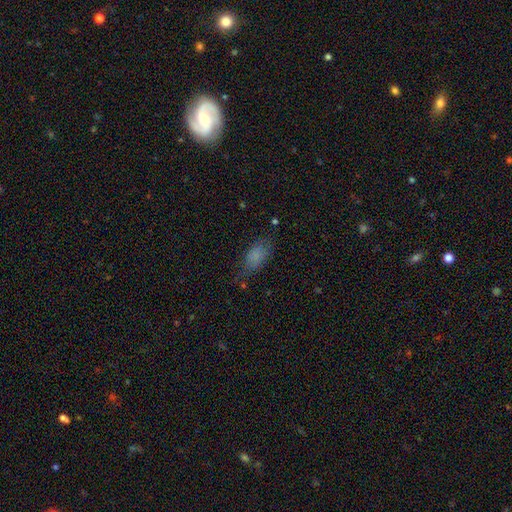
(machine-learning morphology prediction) Smooth or featured? smooth (76%)
How rounded? in between (87%)
Merging? none (58%)